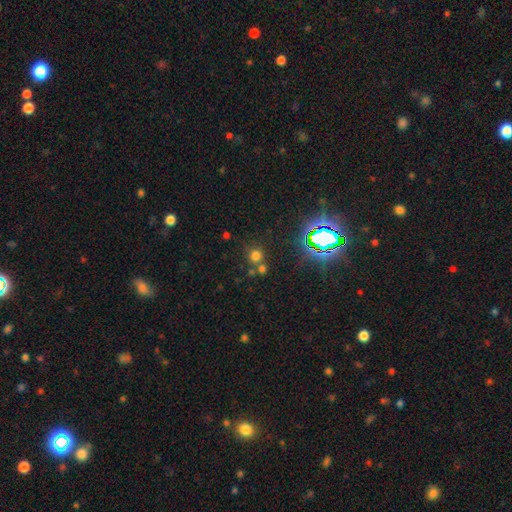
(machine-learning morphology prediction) Q: Smooth or featured?
A: smooth (63%); runner-up: star or artifact (29%)
Q: How rounded?
A: round (90%); runner-up: in between (9%)
Q: Merging?
A: none (63%); runner-up: merger (25%)